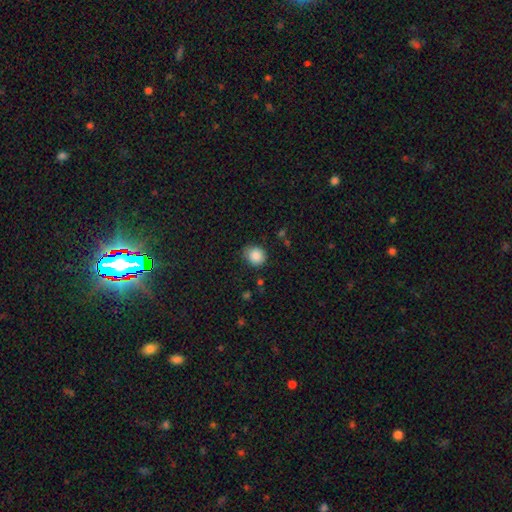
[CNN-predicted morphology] smooth 87%, star or artifact 9%, featured or disk 4%. Down the decision tree: how rounded — round (83%); merging — none (76%).